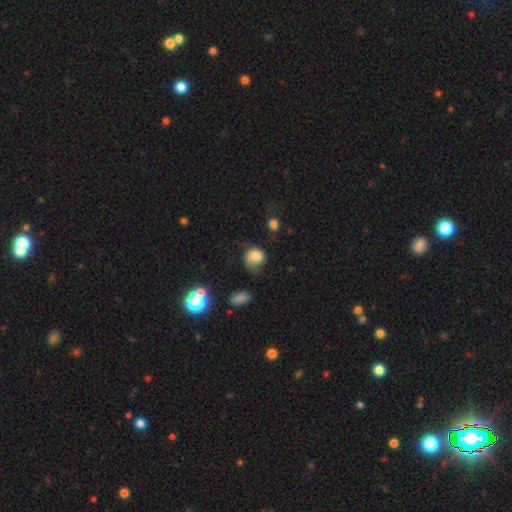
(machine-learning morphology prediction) Smooth or featured?
  - smooth: 65% *
  - featured or disk: 25%
  - star or artifact: 10%
How rounded?
  - round: 64% *
  - in between: 35%
  - cigar-shaped: 1%
Merging?
  - none: 40% *
  - minor disturbance: 32%
  - major disturbance: 25%
  - merger: 3%